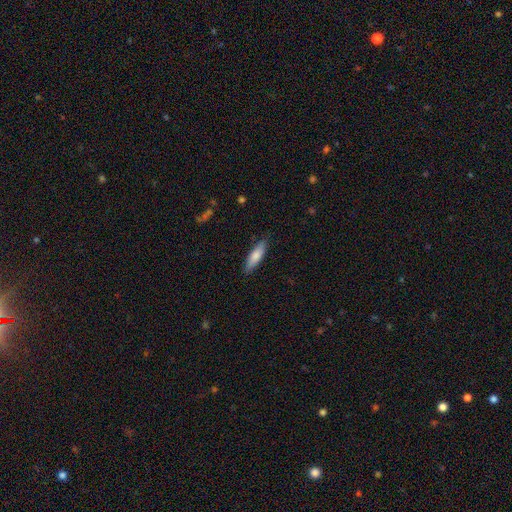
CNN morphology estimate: The model was most divided on "how rounded": cigar-shaped: 64%, in between: 35%, round: 2%. More confident: merging — none (86%); smooth or featured — smooth (77%).